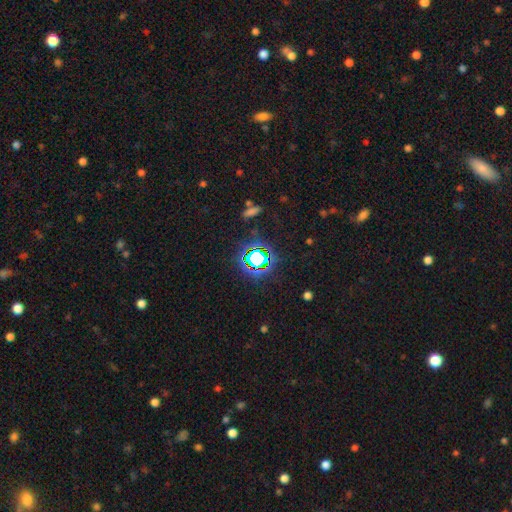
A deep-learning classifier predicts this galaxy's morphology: A star or artifact, not a galaxy (70%).